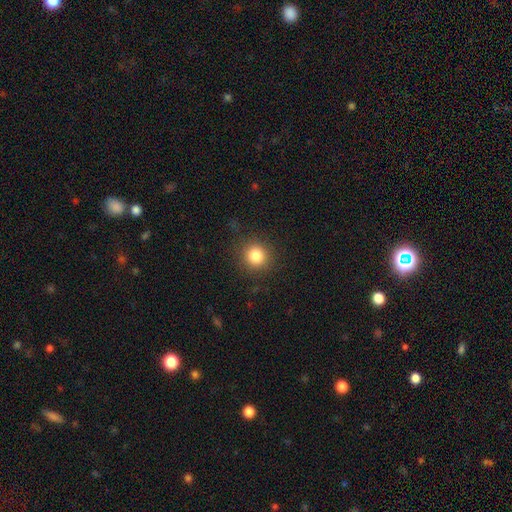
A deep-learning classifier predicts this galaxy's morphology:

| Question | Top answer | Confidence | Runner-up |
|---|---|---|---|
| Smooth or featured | smooth | 84% | star or artifact (11%) |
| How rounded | round | 92% | in between (7%) |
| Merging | none | 88% | minor disturbance (8%) |